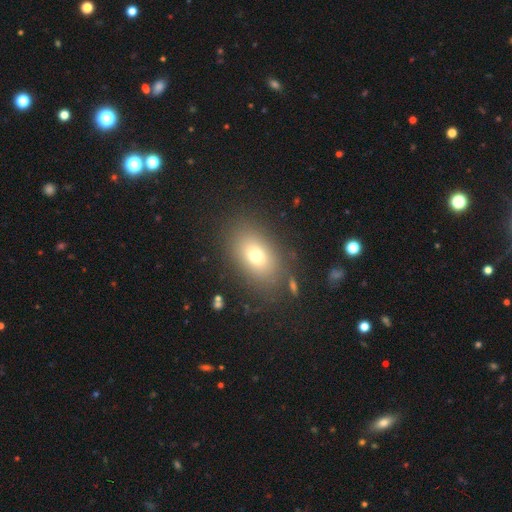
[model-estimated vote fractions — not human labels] The model was most divided on "smooth or featured": smooth: 72%, featured or disk: 16%, star or artifact: 13%. More confident: merging — none (82%); how rounded — in between (80%).